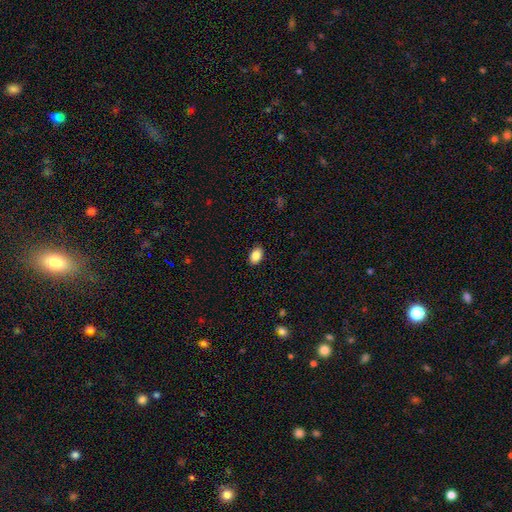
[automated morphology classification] smooth_or_featured: smooth (p=0.87) [alt: star or artifact p=0.08]
how_rounded: in between (p=0.84) [alt: round p=0.14]
merging: none (p=0.88) [alt: minor disturbance p=0.09]